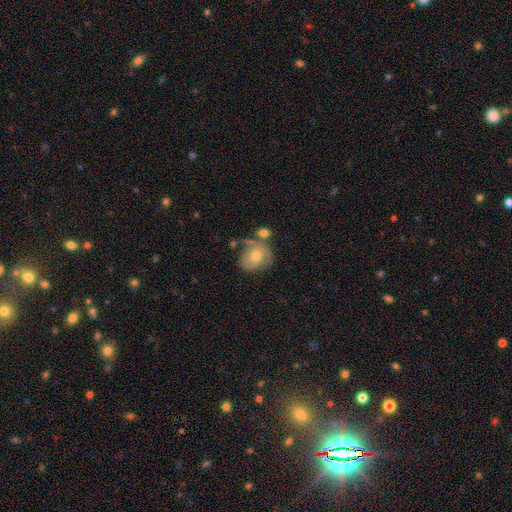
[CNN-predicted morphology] smooth 59%, featured or disk 34%, star or artifact 7%. Down the decision tree: how rounded — round (58%); merging — none (42%).